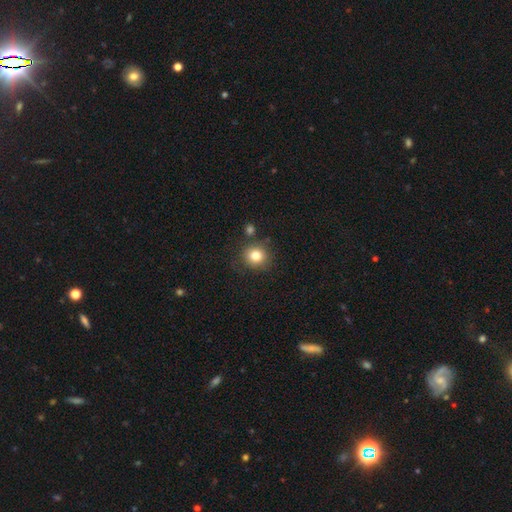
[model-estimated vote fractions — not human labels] Smooth or featured?
  - smooth: 81% *
  - star or artifact: 11%
  - featured or disk: 7%
How rounded?
  - round: 87% *
  - in between: 12%
  - cigar-shaped: 1%
Merging?
  - none: 81% *
  - minor disturbance: 10%
  - merger: 6%
  - major disturbance: 3%